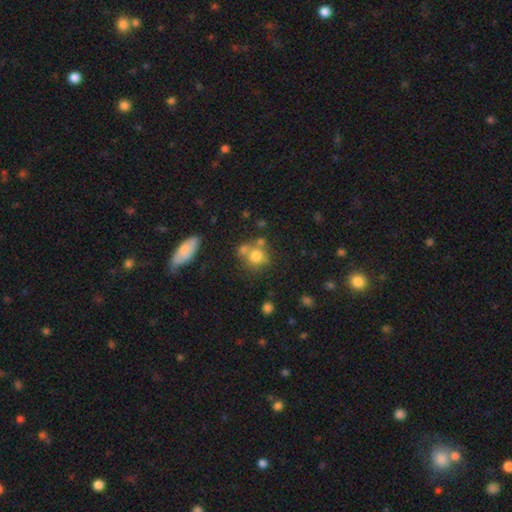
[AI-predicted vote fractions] Morphology: type=smooth (75%); roundness=round (82%); merging=none (52%).